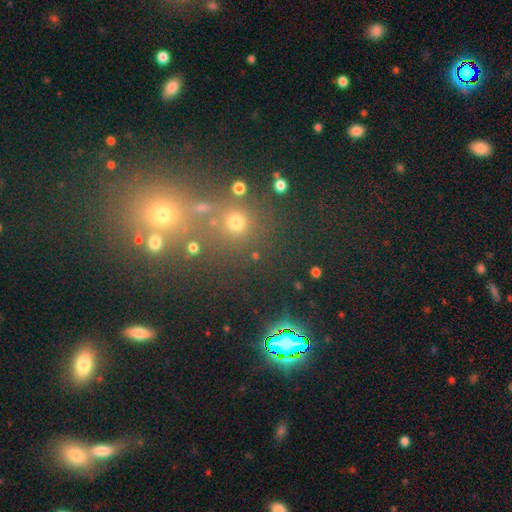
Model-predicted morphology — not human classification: This appears to be a smooth galaxy with no disk features (53%) that is round (88%). Merging: none (76%).